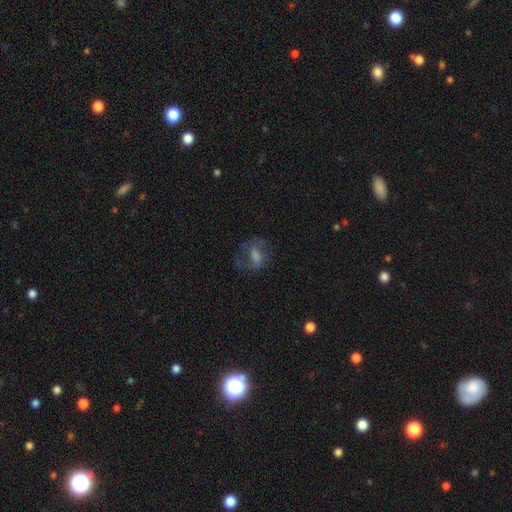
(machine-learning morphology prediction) This appears to be a featured or disk galaxy (48%). Merging: none (62%).